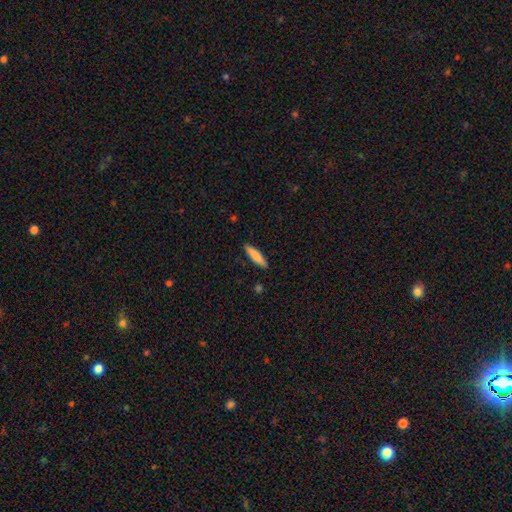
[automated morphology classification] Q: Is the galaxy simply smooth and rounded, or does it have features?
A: smooth — 80%.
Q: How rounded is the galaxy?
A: cigar-shaped — 81%.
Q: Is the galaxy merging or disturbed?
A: none — 90%.